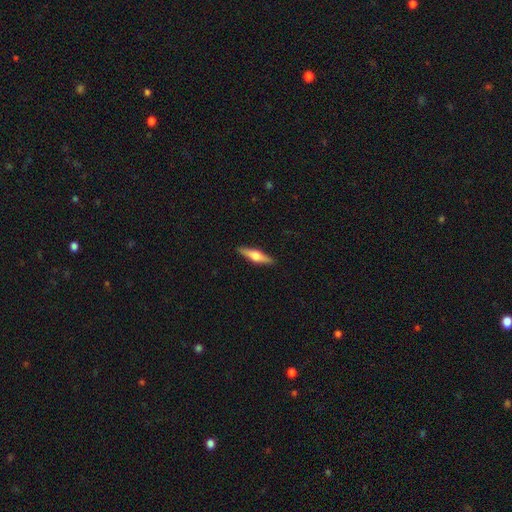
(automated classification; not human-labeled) Smooth or featured: featured or disk — 58% (smooth — 37%)
Edge-on disk: yes — 96% (no — 4%)
Edge-on bulge: rounded — 92% (boxy — 5%)
Merging: none — 91% (minor disturbance — 7%)